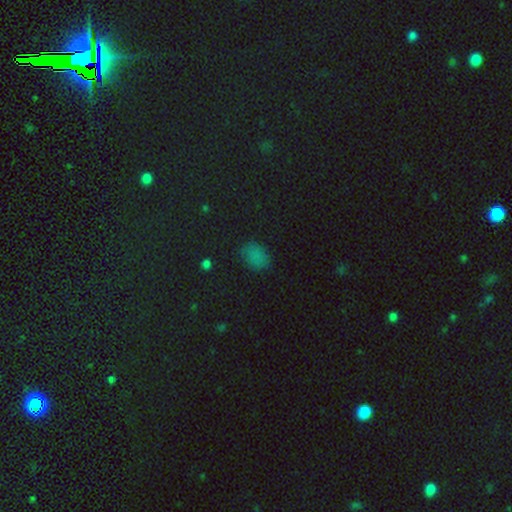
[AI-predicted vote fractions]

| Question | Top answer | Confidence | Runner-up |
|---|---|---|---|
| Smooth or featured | smooth | 75% | star or artifact (19%) |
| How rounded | in between | 74% | round (24%) |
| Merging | none | 75% | minor disturbance (18%) |